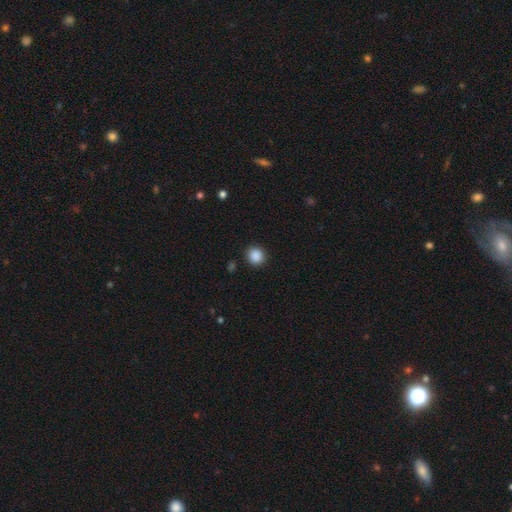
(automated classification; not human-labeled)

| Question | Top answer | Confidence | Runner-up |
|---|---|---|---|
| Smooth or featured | smooth | 88% | star or artifact (9%) |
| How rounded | round | 90% | in between (9%) |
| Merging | none | 91% | minor disturbance (6%) |